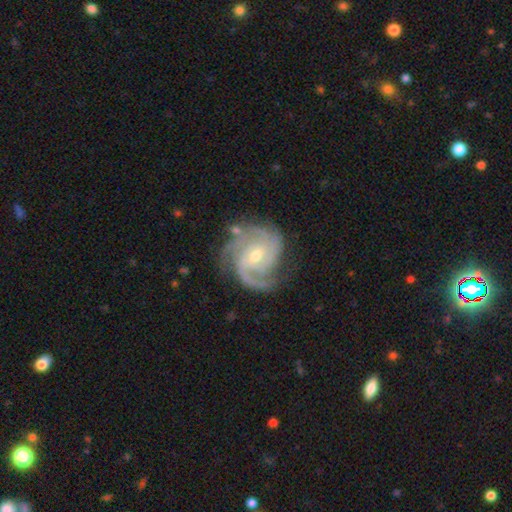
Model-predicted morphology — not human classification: Smooth or featured?
  - featured or disk: 92% *
  - star or artifact: 4%
  - smooth: 4%
Edge-on disk?
  - no: 98% *
  - yes: 2%
Bar?
  - weak: 47% *
  - no: 40%
  - strong: 13%
Spiral arms?
  - yes: 98% *
  - no: 2%
Spiral winding?
  - tight: 57% *
  - medium: 37%
  - loose: 6%
Spiral arm count?
  - 3: 48% *
  - 2: 20%
  - 4: 12%
  - can't tell: 11%
  - 1: 5%
  - more than 4: 5%
Bulge size?
  - moderate: 49% *
  - small: 48%
  - large: 1%
  - none: 1%
  - dominant: 1%
Merging?
  - none: 72% *
  - minor disturbance: 18%
  - major disturbance: 7%
  - merger: 3%